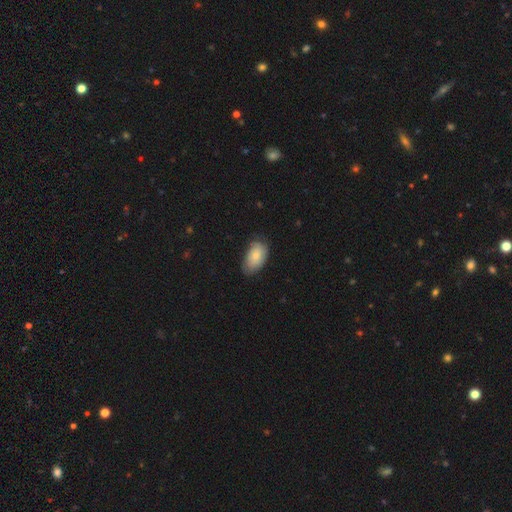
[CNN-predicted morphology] Smooth or featured? Predicted: smooth (p=0.76). How rounded? Predicted: in between (p=0.93). Merging? Predicted: none (p=0.67).